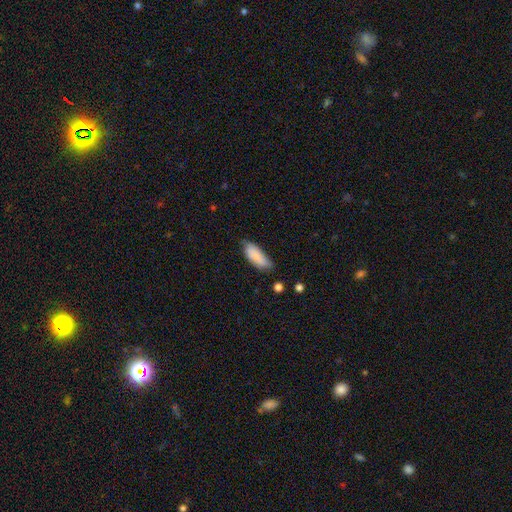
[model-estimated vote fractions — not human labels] Morphology: type=smooth (86%); roundness=in between (76%); merging=none (58%).